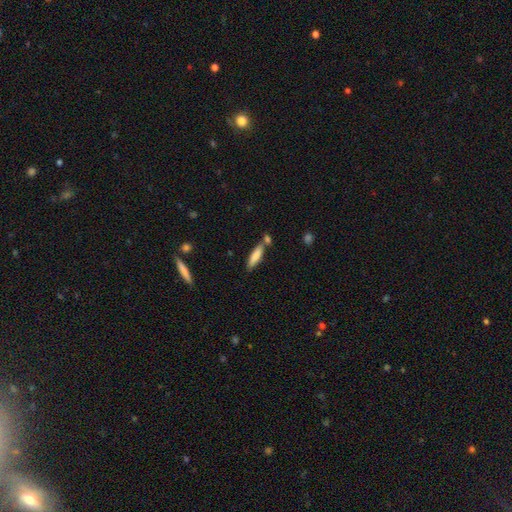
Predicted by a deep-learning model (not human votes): smooth 80%, featured or disk 14%, star or artifact 6%. Down the decision tree: how rounded — cigar-shaped (72%); merging — none (64%).